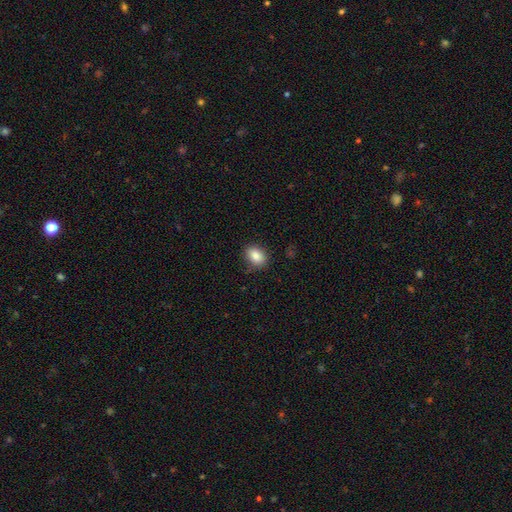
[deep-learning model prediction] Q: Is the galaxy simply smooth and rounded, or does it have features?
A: smooth — 85%.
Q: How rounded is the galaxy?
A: in between — 67%.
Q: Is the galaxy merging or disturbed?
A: none — 85%.